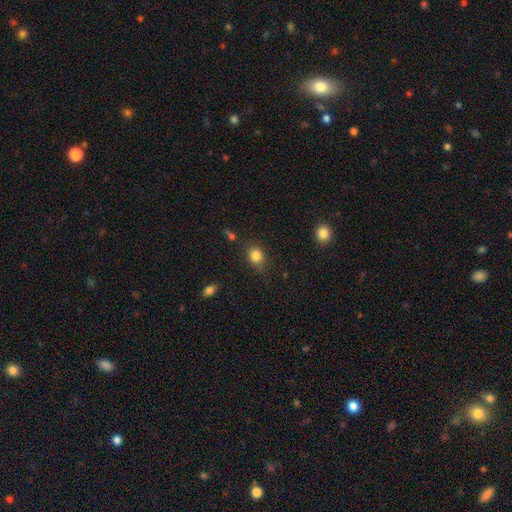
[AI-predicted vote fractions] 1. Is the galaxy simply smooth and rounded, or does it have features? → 84% smooth, 11% star or artifact, 6% featured or disk.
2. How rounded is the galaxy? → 57% round, 42% in between, 1% cigar-shaped.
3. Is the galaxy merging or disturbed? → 74% none, 18% minor disturbance, 5% major disturbance, 3% merger.